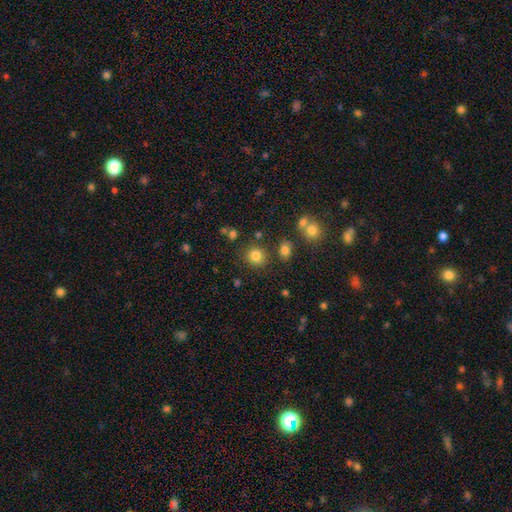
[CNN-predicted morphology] A smooth galaxy with no disk features (81%) that is round (86%).

Vote fractions:
- Smooth or featured? smooth: 81% / star or artifact: 13% / featured or disk: 6%
- How rounded? round: 86% / in between: 13% / cigar-shaped: 1%
- Merging? none: 83% / minor disturbance: 9% / merger: 6% / major disturbance: 3%